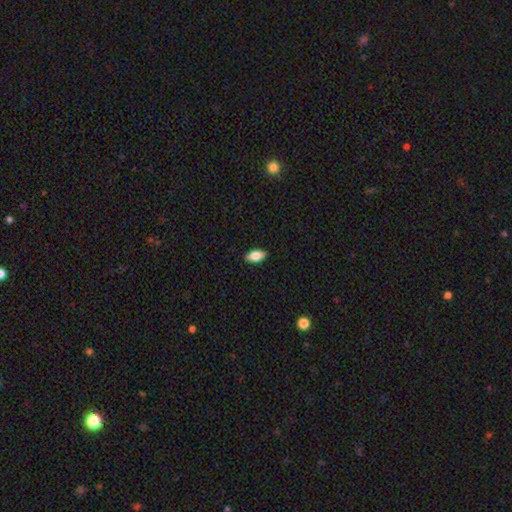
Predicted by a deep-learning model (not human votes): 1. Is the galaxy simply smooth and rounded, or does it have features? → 79% smooth, 14% featured or disk, 7% star or artifact.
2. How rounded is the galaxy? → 89% in between, 7% cigar-shaped, 3% round.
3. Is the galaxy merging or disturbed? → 89% none, 8% minor disturbance, 2% major disturbance, 1% merger.